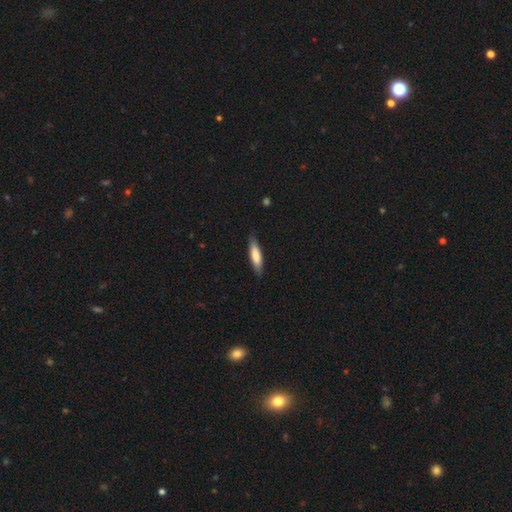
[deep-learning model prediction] Smooth or featured? smooth (74%)
How rounded? cigar-shaped (73%)
Merging? none (84%)